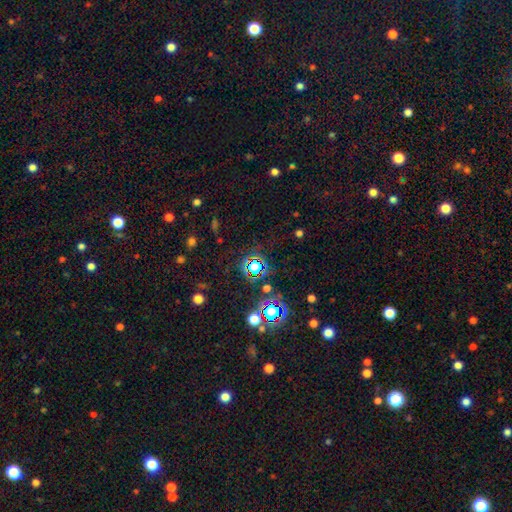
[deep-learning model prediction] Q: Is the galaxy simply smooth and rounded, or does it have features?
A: star or artifact — 76%.